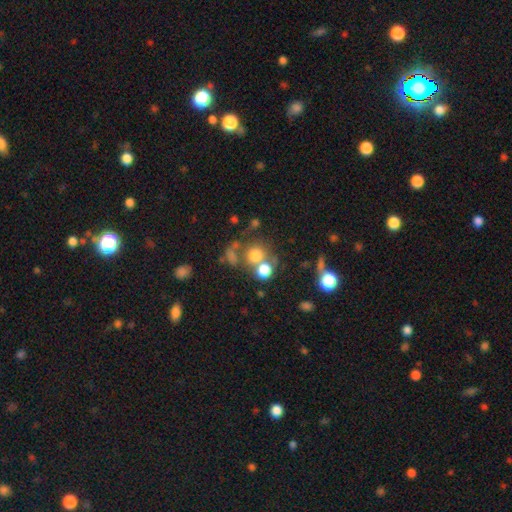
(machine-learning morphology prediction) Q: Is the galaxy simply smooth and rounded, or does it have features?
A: smooth — 70%.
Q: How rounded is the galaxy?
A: round — 85%.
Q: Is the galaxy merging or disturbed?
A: none — 49%.